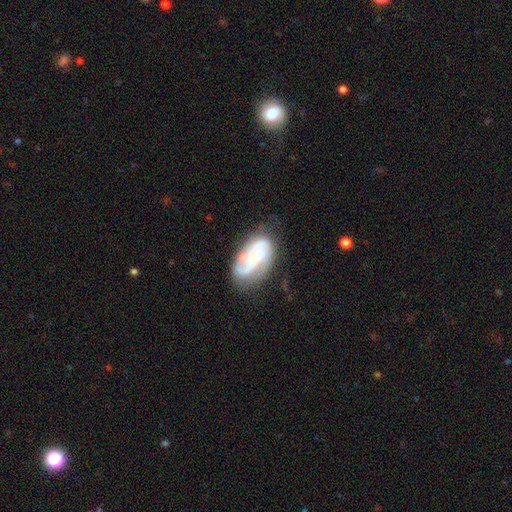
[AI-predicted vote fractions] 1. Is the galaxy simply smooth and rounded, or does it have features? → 66% featured or disk, 26% smooth, 8% star or artifact.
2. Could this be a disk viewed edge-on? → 96% no, 4% yes.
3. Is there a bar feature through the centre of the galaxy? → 62% no, 29% weak, 9% strong.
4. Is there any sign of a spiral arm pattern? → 77% yes, 23% no.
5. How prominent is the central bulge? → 45% small, 25% none, 23% moderate, 5% large, 2% dominant.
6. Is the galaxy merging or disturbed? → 51% none, 26% minor disturbance, 17% major disturbance, 6% merger.